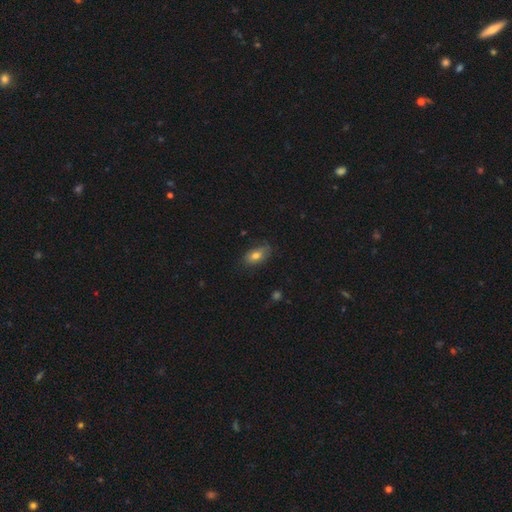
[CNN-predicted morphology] smooth_or_featured: smooth (p=0.76) [alt: featured or disk p=0.15]
how_rounded: in between (p=0.86) [alt: round p=0.07]
merging: none (p=0.73) [alt: minor disturbance p=0.21]